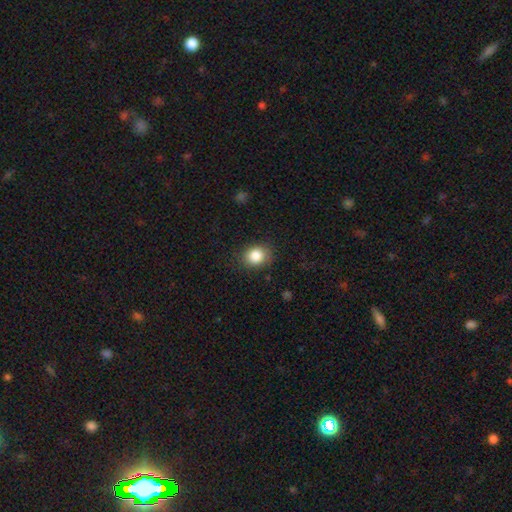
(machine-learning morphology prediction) type=smooth (85%); roundness=round (64%); merging=none (85%).